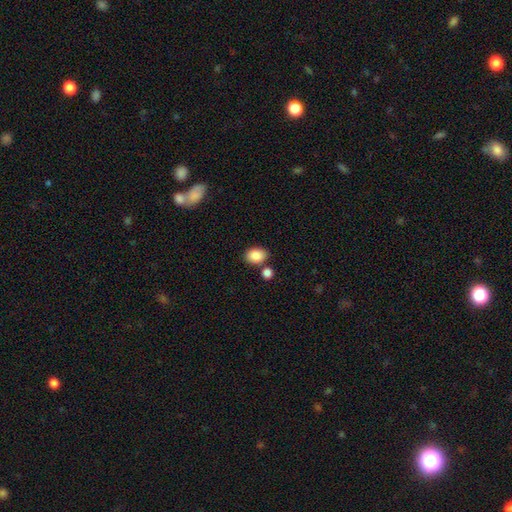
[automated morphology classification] A smooth galaxy with no disk features (88%) that is in between round and cigar-shaped (73%).

Vote fractions:
- Smooth or featured? smooth: 88% / star or artifact: 8% / featured or disk: 4%
- How rounded? in between: 73% / round: 26% / cigar-shaped: 1%
- Merging? none: 73% / merger: 12% / minor disturbance: 11% / major disturbance: 3%